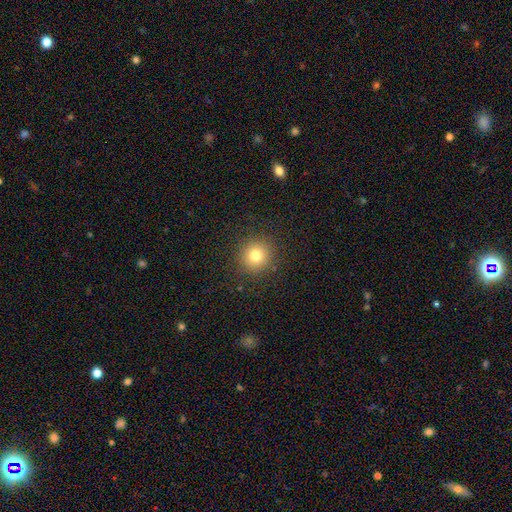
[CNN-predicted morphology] Overall: smooth (78%). How rounded: round (93%). Merging: none (89%).